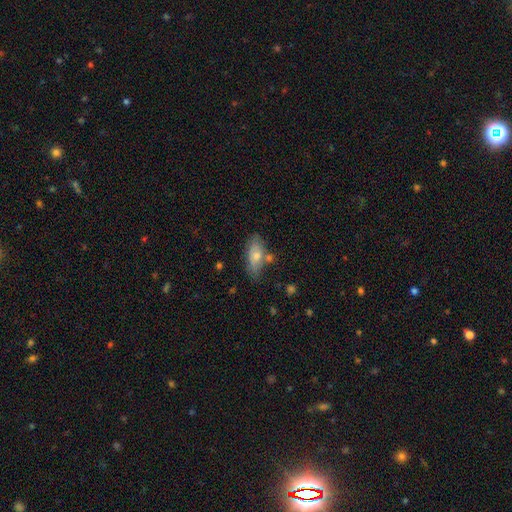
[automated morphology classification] Smooth or featured? smooth (70%)
How rounded? in between (82%)
Merging? none (59%)